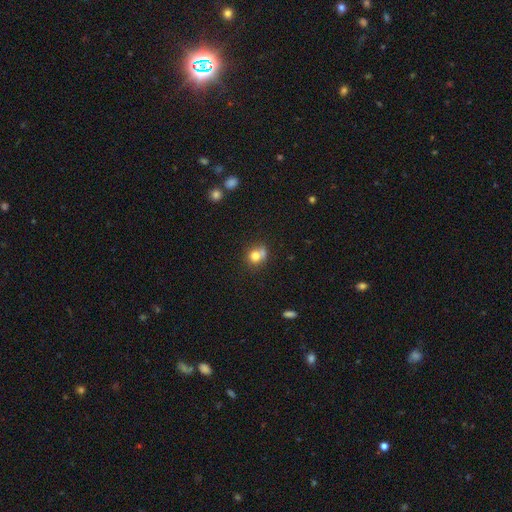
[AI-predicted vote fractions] This appears to be a smooth galaxy with no disk features (75%) that is round (75%). Merging: none (43%).